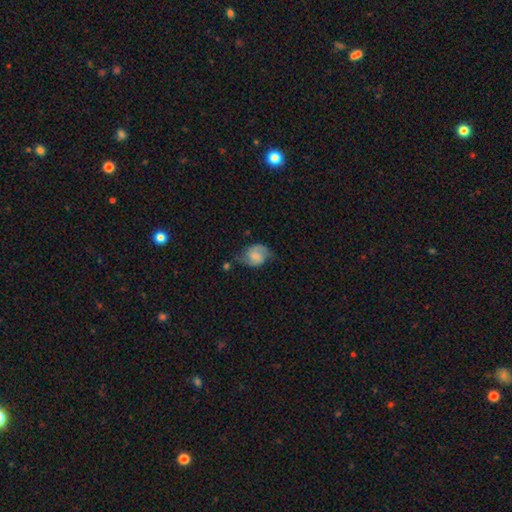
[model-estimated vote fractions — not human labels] featured or disk 56%, smooth 36%, star or artifact 8%. Down the decision tree: edge-on disk — no (97%); bar — weak (46%); spiral arms — yes (90%); bulge size — small (35%); merging — none (55%).